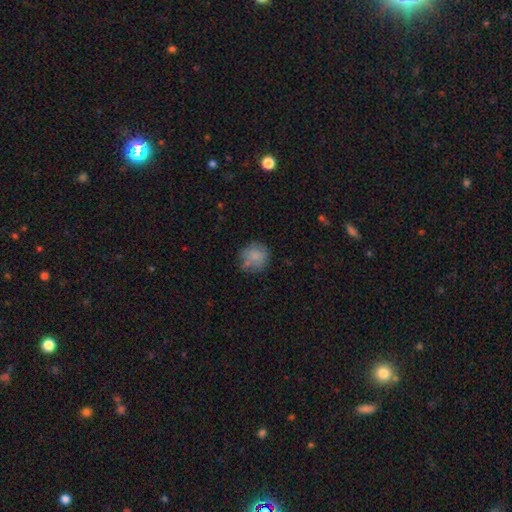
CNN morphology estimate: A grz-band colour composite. It shows a smooth galaxy with no disk features (77%) that is round (87%). Merging: none (68%).